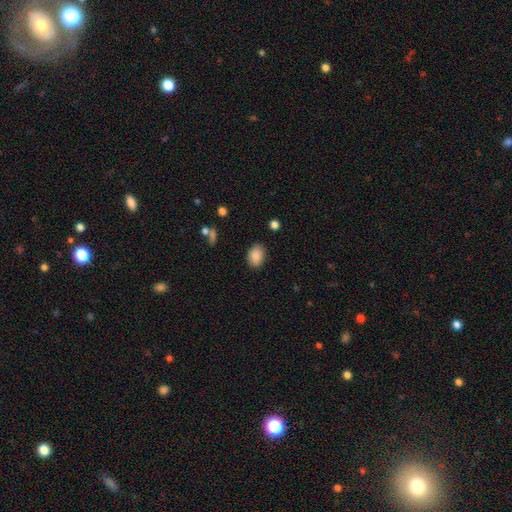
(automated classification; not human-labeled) Smooth or featured?
  - smooth: 87% *
  - star or artifact: 8%
  - featured or disk: 4%
How rounded?
  - in between: 82% *
  - round: 16%
  - cigar-shaped: 1%
Merging?
  - none: 84% *
  - minor disturbance: 11%
  - major disturbance: 3%
  - merger: 1%